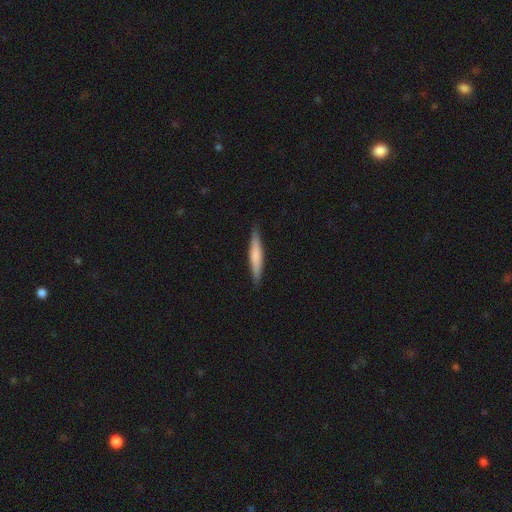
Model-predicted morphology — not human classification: Smooth or featured? smooth (64%)
How rounded? cigar-shaped (93%)
Merging? none (90%)